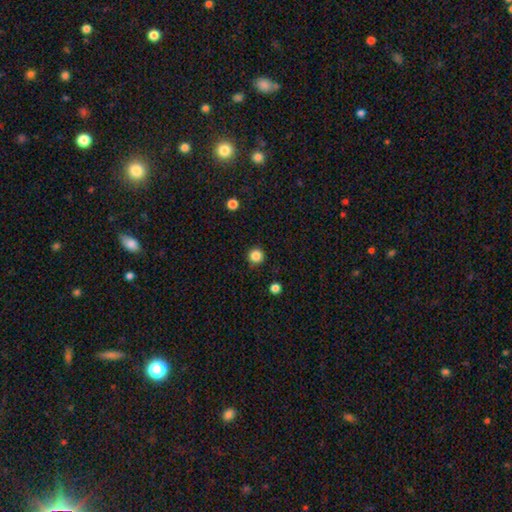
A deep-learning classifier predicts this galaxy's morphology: The model was most divided on "smooth or featured": smooth: 86%, star or artifact: 11%, featured or disk: 3%. More confident: how rounded — round (95%); merging — none (91%).